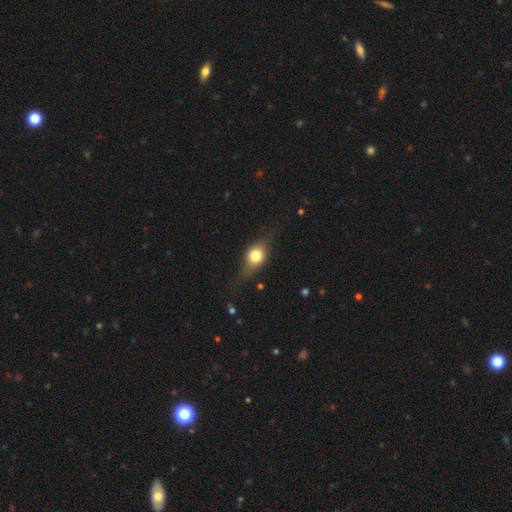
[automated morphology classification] This appears to be a smooth galaxy with no disk features (60%) that is in between round and cigar-shaped (54%). Merging: none (69%).